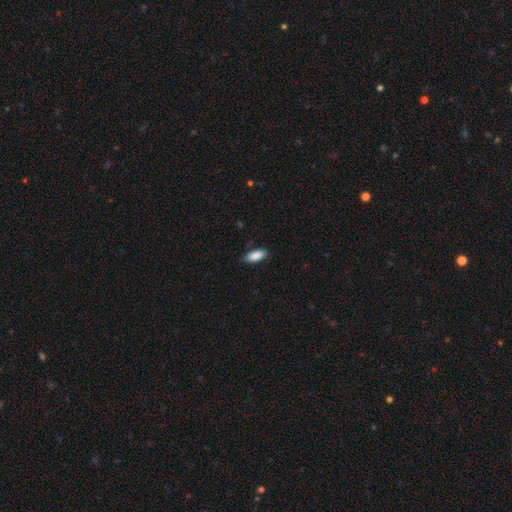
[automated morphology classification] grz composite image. It shows a smooth galaxy with no disk features (88%) that is in between round and cigar-shaped (81%). Merging: none (83%).